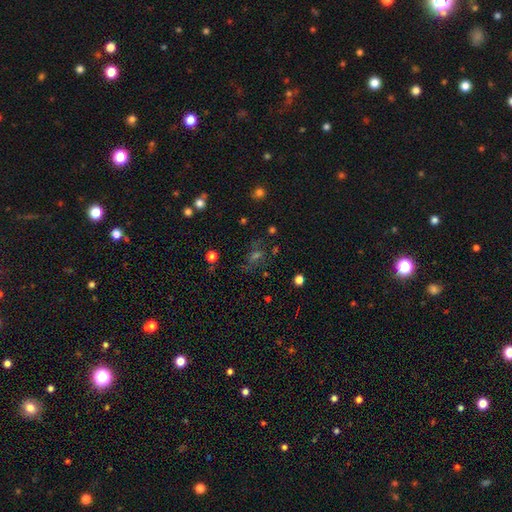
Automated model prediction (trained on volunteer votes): A star or artifact, not a galaxy (42%).

Vote fractions:
- Smooth or featured? star or artifact: 42% / smooth: 33% / featured or disk: 26%